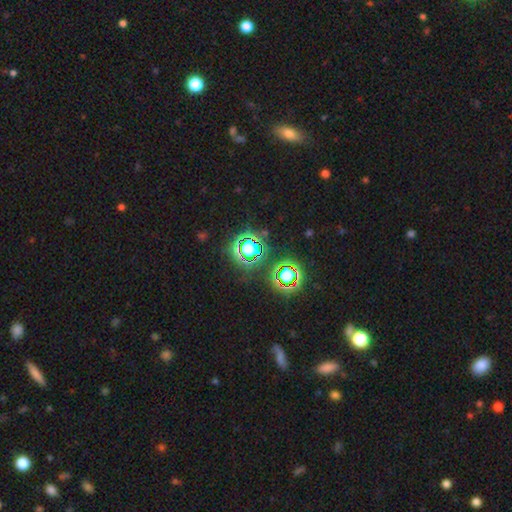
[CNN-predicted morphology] Smooth or featured?
  - star or artifact: 74% *
  - smooth: 18%
  - featured or disk: 8%